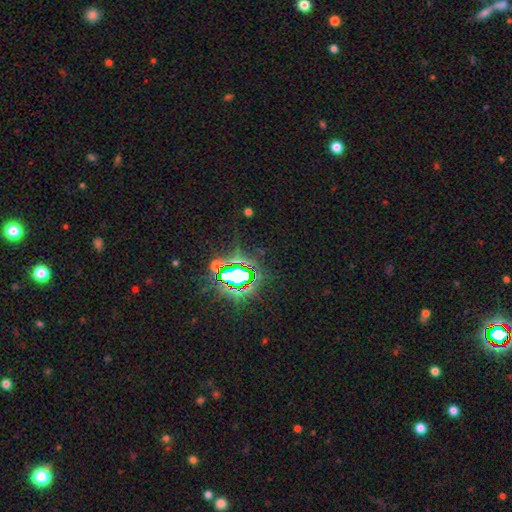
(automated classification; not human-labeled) Smooth or featured?
  - star or artifact: 83% *
  - smooth: 10%
  - featured or disk: 7%